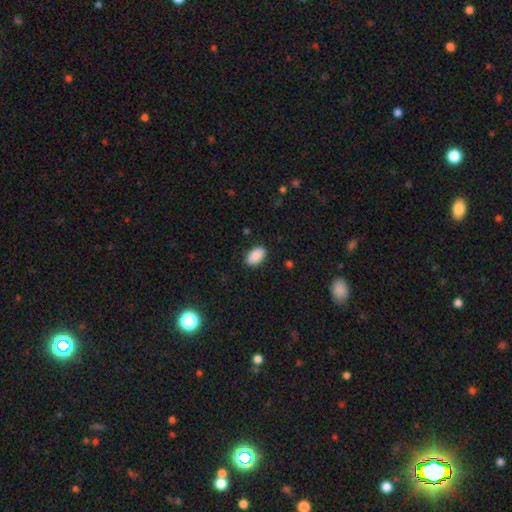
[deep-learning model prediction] Morphology: type=smooth (90%); roundness=in between (94%); merging=none (88%).